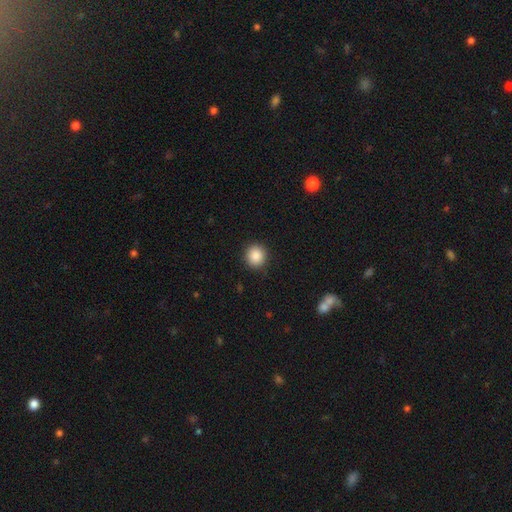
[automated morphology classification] smooth 88%, star or artifact 9%, featured or disk 3%. Down the decision tree: how rounded — round (88%); merging — none (90%).